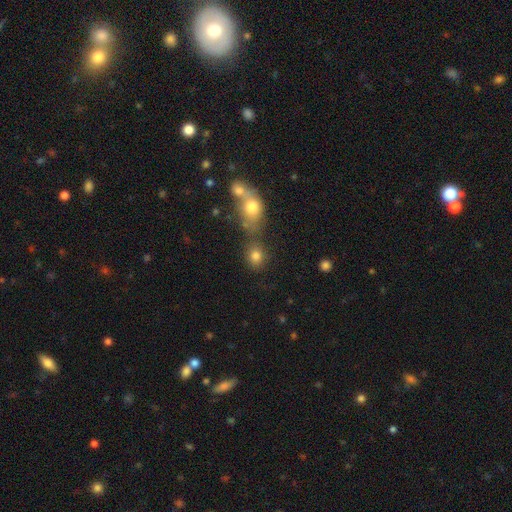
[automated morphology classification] A smooth galaxy with no disk features (79%) that is round (73%). Merging: none (55%).